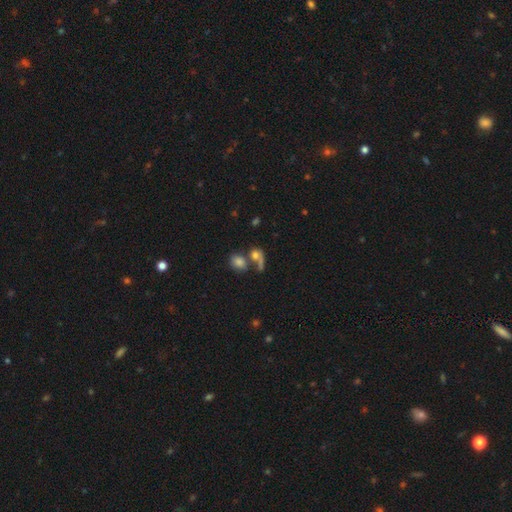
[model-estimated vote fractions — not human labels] smooth-or-featured: smooth: 67% | featured or disk: 19% | star or artifact: 14%
  how-rounded: round: 50% | in between: 46% | cigar-shaped: 4%
  merging: merger: 48% | none: 29% | major disturbance: 13% | minor disturbance: 10%